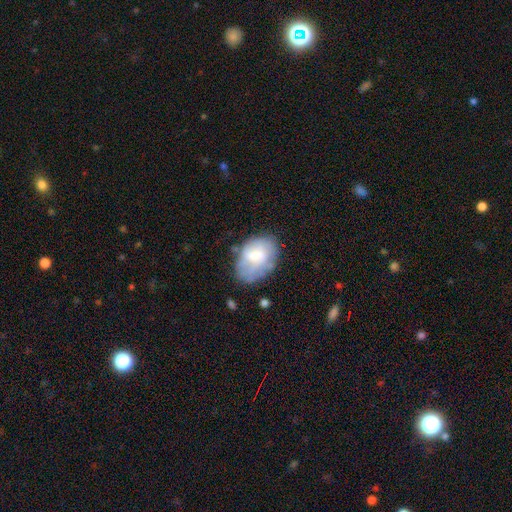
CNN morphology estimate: Q: Smooth or featured?
A: smooth (59%); runner-up: featured or disk (33%)
Q: How rounded?
A: in between (84%); runner-up: round (15%)
Q: Merging?
A: none (52%); runner-up: minor disturbance (29%)